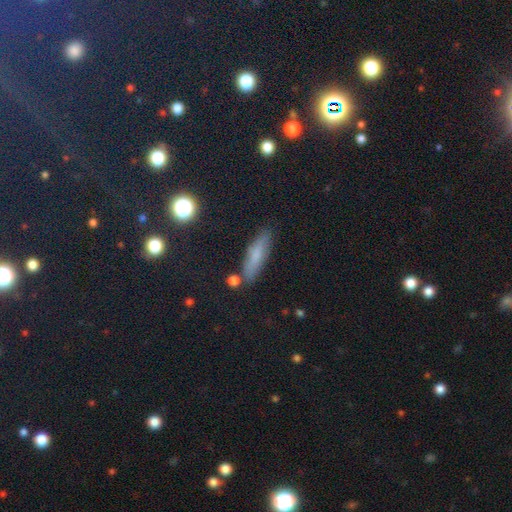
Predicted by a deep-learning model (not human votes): Smooth or featured? smooth (66%)
How rounded? cigar-shaped (67%)
Merging? none (82%)